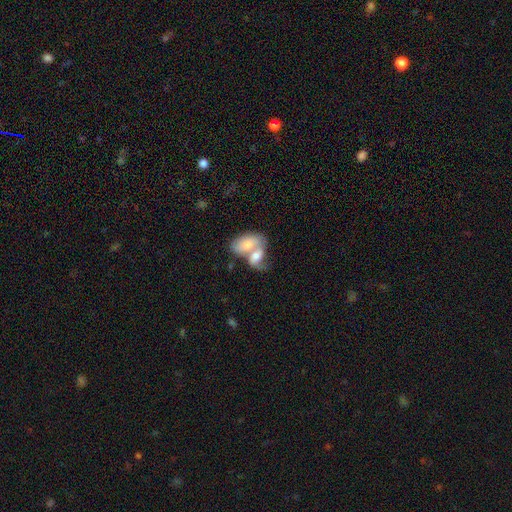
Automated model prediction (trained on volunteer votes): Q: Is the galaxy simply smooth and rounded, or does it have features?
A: smooth — 57%.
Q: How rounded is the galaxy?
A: in between — 87%.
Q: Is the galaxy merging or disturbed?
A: merger — 78%.